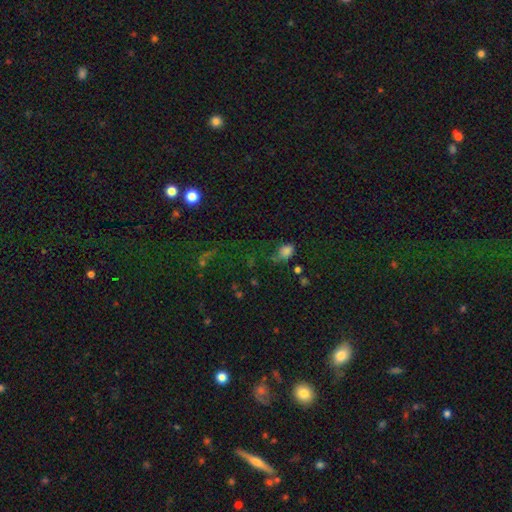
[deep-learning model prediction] This appears to be a star or artifact, not a galaxy (65%).